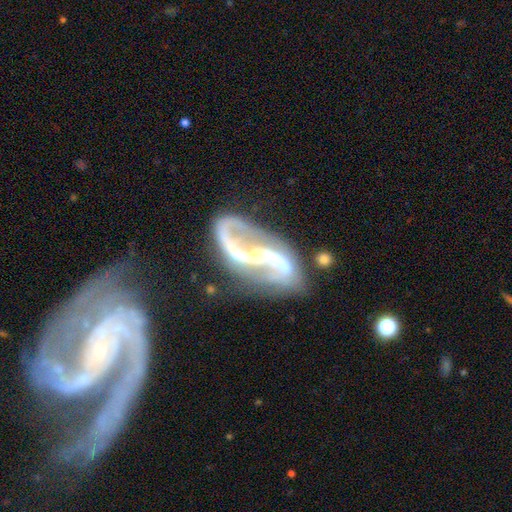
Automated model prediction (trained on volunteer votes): Overall: featured or disk (88%). Edge-on disk: no (96%). Bar: strong (40%; weak 36%). Spiral arms: yes (93%). Spiral arm count: 2 (87%). Spiral winding: loose (62%; medium 29%). Bulge size: small (56%; none 22%). Merging: none (34%; merger 27%).